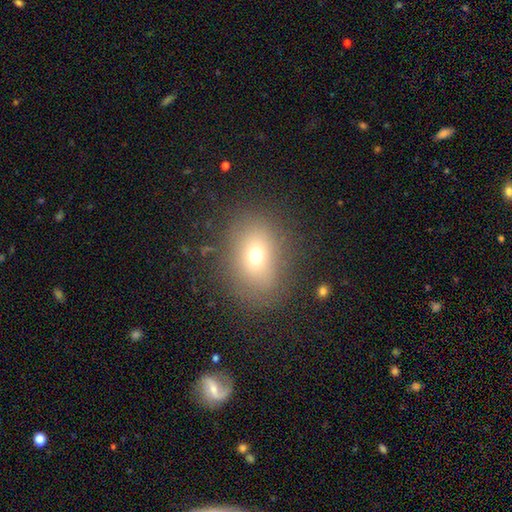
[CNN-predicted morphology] This appears to be a smooth galaxy with no disk features (67%) that is in between round and cigar-shaped (53%). Merging: none (80%).